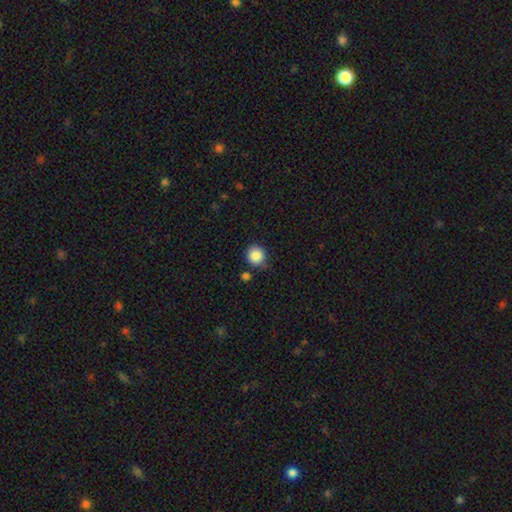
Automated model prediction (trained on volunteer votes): smooth 87%, star or artifact 9%, featured or disk 4%. Down the decision tree: how rounded — round (89%); merging — none (78%).